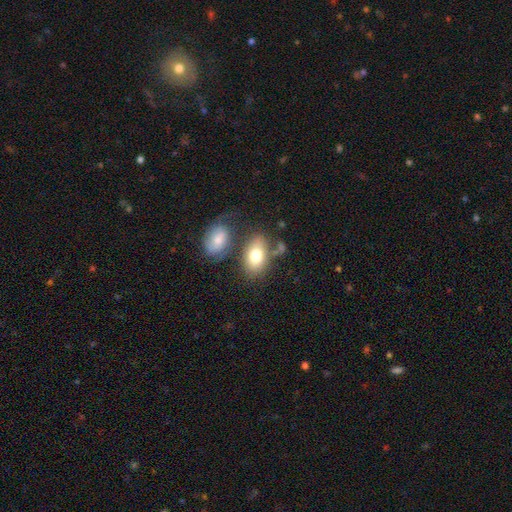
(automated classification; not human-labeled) Overall: smooth (76%). How rounded: in between (88%). Merging: none (58%; merger 19%).